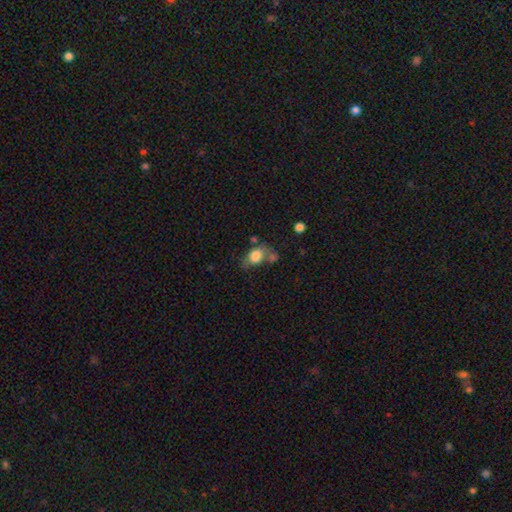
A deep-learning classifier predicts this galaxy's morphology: Overall: smooth (75%). How rounded: in between (70%). Merging: none (32%; merger 28%).